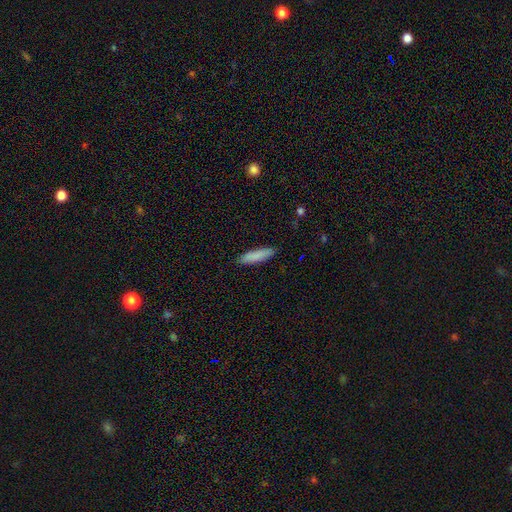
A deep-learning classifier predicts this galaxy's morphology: smooth 85%, featured or disk 9%, star or artifact 6%. Down the decision tree: how rounded — cigar-shaped (77%); merging — none (88%).